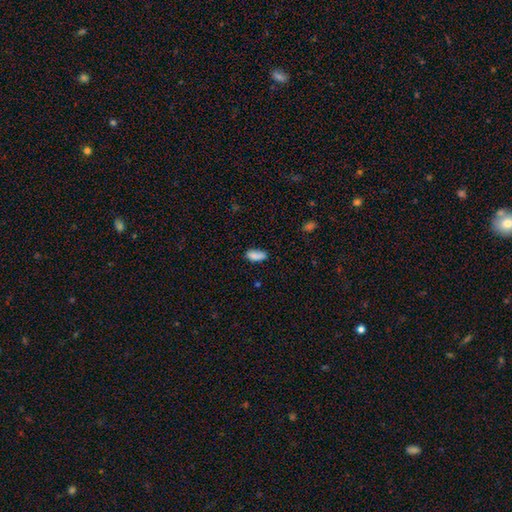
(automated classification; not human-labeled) Smooth or featured?
  - smooth: 86% *
  - star or artifact: 8%
  - featured or disk: 6%
How rounded?
  - in between: 85% *
  - cigar-shaped: 12%
  - round: 3%
Merging?
  - none: 70% *
  - minor disturbance: 22%
  - major disturbance: 5%
  - merger: 3%